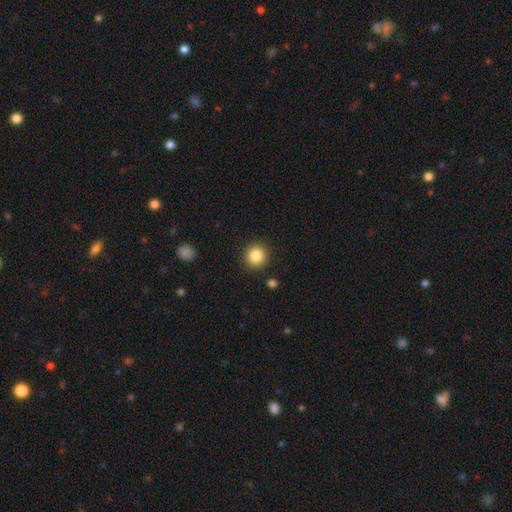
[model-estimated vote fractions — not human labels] smooth_or_featured: smooth (p=0.85) [alt: star or artifact p=0.10]
how_rounded: round (p=0.92) [alt: in between p=0.08]
merging: none (p=0.90) [alt: minor disturbance p=0.06]